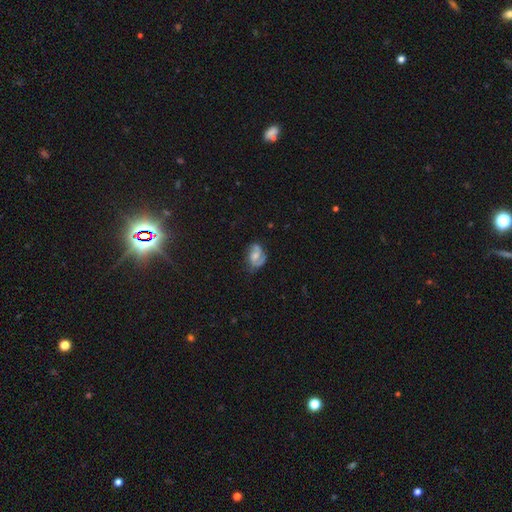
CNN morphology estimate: Overall: featured or disk (65%; smooth 27%). Edge-on disk: no (97%). Bar: no (53%; weak 37%). Spiral arms: yes (87%). Spiral arm count: 2 (67%). Spiral winding: medium (45%; tight 30%). Bulge size: moderate (43%; small 33%). Merging: none (54%; minor disturbance 27%).